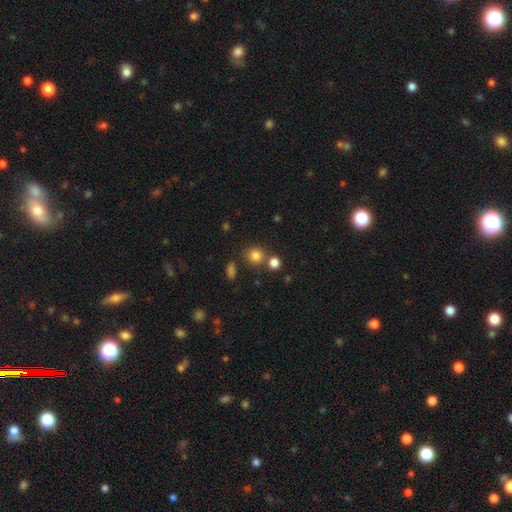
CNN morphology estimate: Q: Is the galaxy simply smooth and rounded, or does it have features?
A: smooth — 82%.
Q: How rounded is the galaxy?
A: round — 85%.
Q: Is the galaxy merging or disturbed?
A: none — 71%.